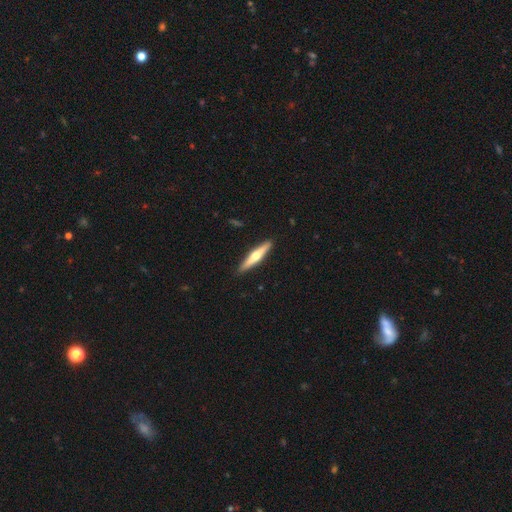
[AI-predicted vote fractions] The model was most divided on "smooth or featured": featured or disk: 58%, smooth: 38%, star or artifact: 5%. More confident: edge-on disk — yes (96%); merging — none (91%); edge-on bulge — rounded (91%).